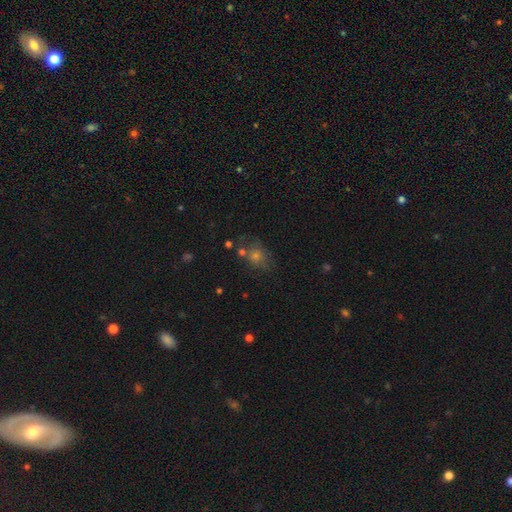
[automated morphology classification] Smooth or featured?
  - smooth: 56% *
  - star or artifact: 29%
  - featured or disk: 16%
How rounded?
  - round: 57% *
  - in between: 41%
  - cigar-shaped: 2%
Merging?
  - none: 64% *
  - minor disturbance: 17%
  - merger: 11%
  - major disturbance: 8%